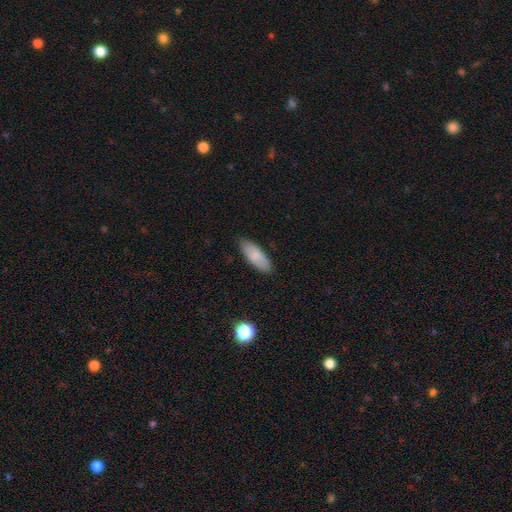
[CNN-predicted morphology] This appears to be a smooth galaxy with no disk features (82%) that is in between round and cigar-shaped (72%). Merging: none (84%).